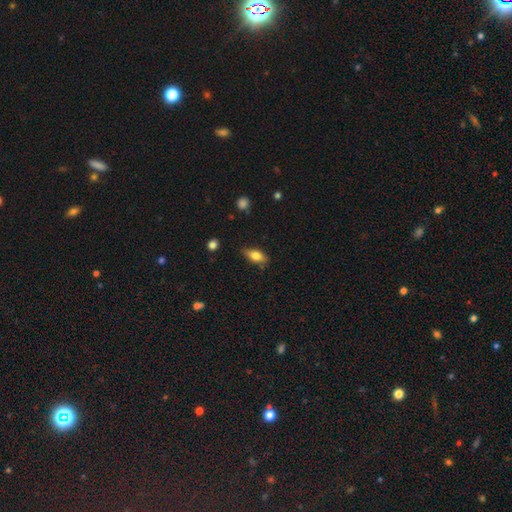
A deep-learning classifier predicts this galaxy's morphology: A smooth galaxy with no disk features (73%) that is in between round and cigar-shaped (78%). Merging: none (79%).